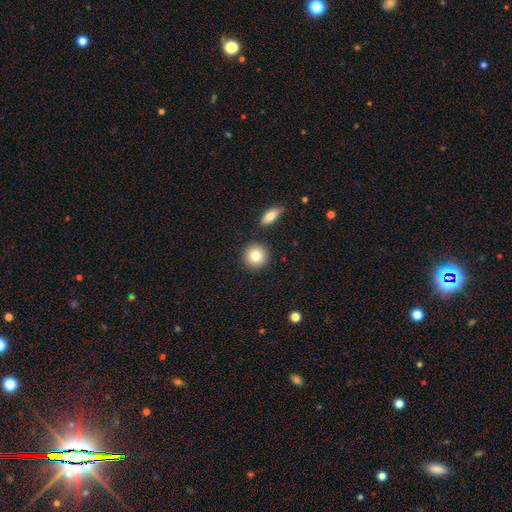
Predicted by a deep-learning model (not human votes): This appears to be a smooth galaxy with no disk features (83%) that is round (92%). Merging: none (87%).